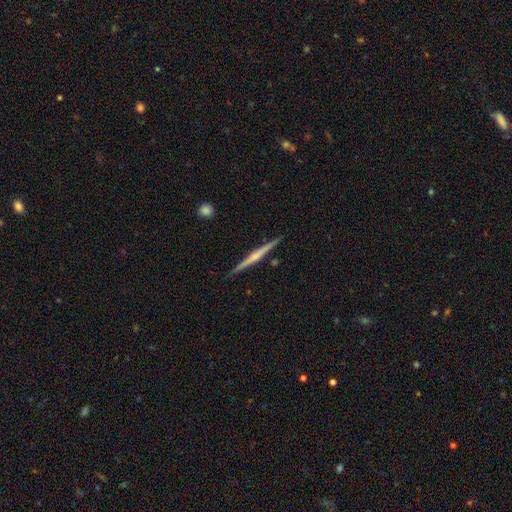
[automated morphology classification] This appears to be a featured or disk galaxy (68%) viewed edge-on (98%) with no central bulge (44%, tied with rounded). Merging: none (91%).